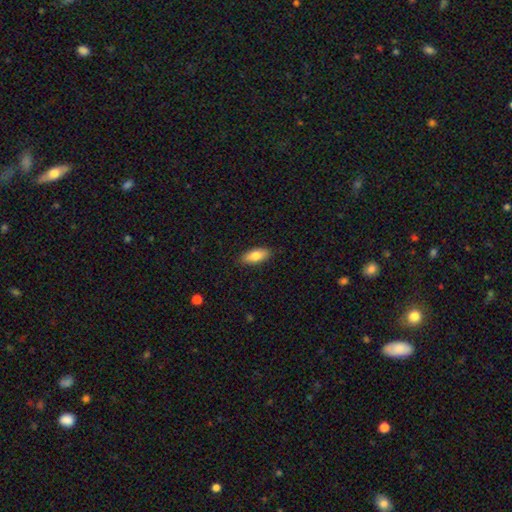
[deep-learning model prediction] Smooth or featured? smooth (78%)
How rounded? in between (82%)
Merging? none (89%)